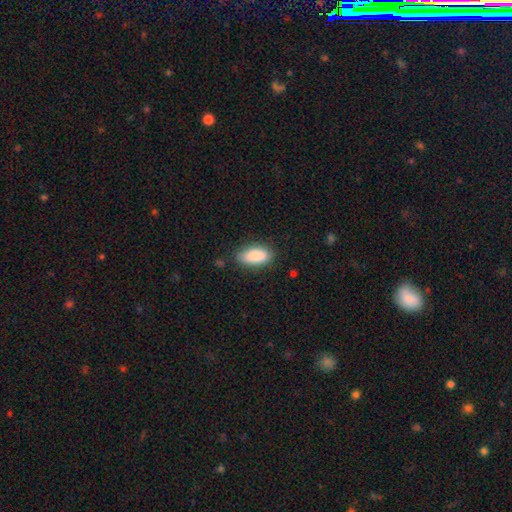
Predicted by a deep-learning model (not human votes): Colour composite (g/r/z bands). It shows a smooth galaxy with no disk features (87%) that is in between round and cigar-shaped (88%). Merging: none (80%).